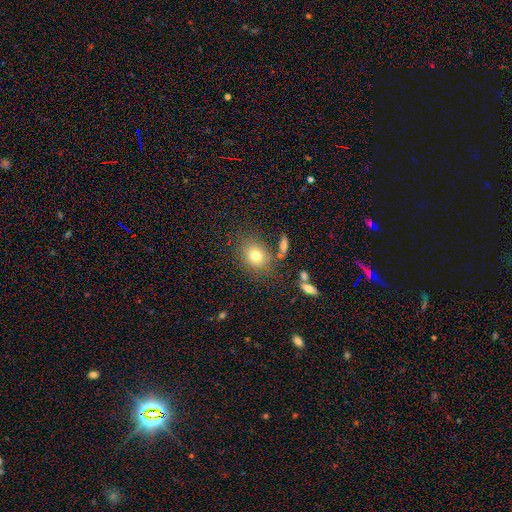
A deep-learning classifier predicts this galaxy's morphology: A smooth galaxy with no disk features (75%) that is round (52%).

Vote fractions:
- Smooth or featured? smooth: 75% / featured or disk: 12% / star or artifact: 12%
- How rounded? round: 52% / in between: 46% / cigar-shaped: 1%
- Merging? none: 73% / minor disturbance: 14% / merger: 7% / major disturbance: 6%